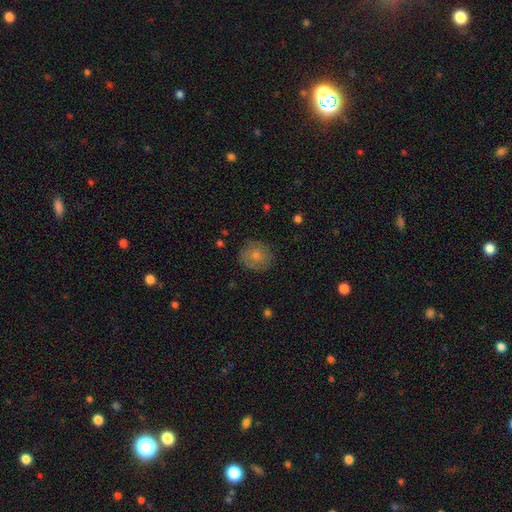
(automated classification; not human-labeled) This is likely a smooth galaxy (76%). How rounded: clearly round (81%). Merging: clearly none (82%).